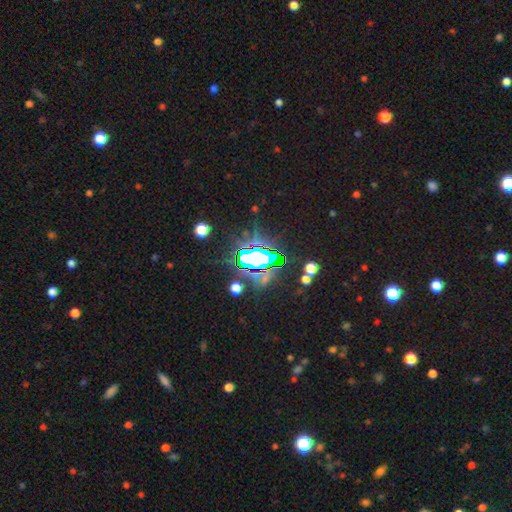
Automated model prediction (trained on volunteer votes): smooth_or_featured: star or artifact (p=0.72) [alt: smooth p=0.16]